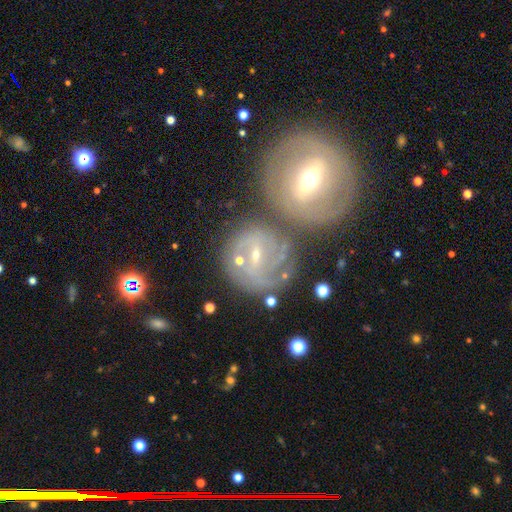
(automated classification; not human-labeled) The model was most divided on "spiral arm count": 2: 34%, can't tell: 28%, 3: 21%, 4: 7%, 1: 5%, more than 4: 5%. Remaining: edge-on disk — no (97%); spiral arms — yes (92%); smooth or featured — featured or disk (82%); bulge size — small (66%); spiral winding — tight (55%); merging — none (49%); bar — weak (47%).